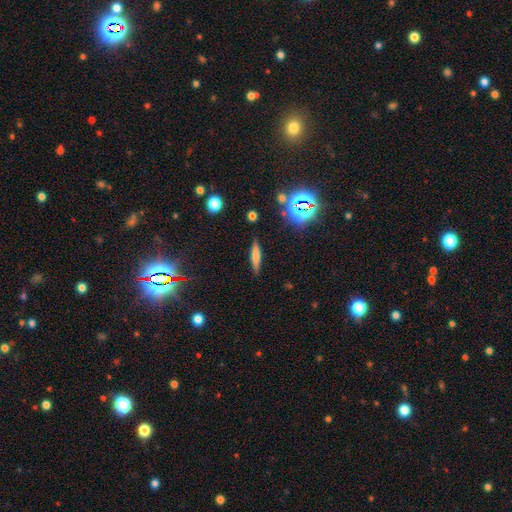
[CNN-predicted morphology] type=smooth (63%); roundness=cigar-shaped (85%); merging=none (86%).